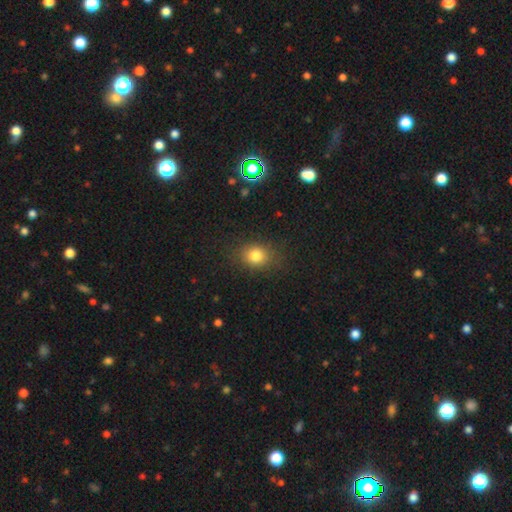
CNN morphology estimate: This appears to be a smooth galaxy with no disk features (81%) that is round (54%). Merging: none (83%).